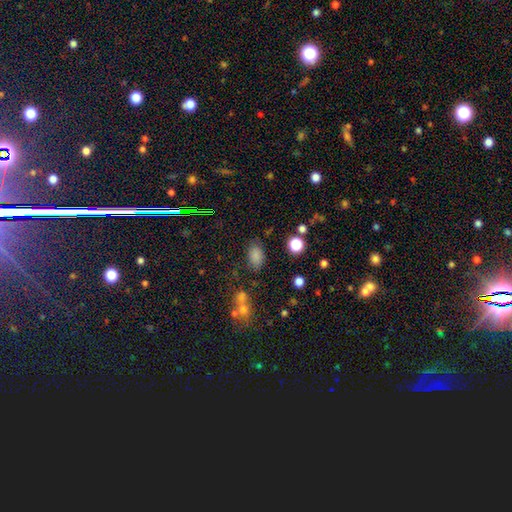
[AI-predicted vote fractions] The model was most divided on "merging": none: 73%, minor disturbance: 16%, major disturbance: 6%, merger: 5%. More confident: how rounded — in between (85%); smooth or featured — smooth (79%).